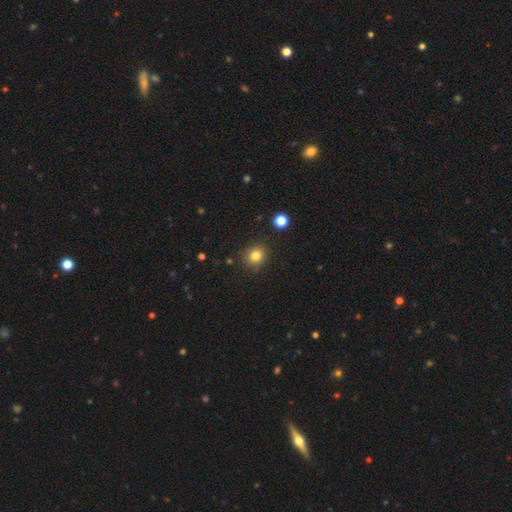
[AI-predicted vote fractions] The model was most divided on "how rounded": round: 83%, in between: 16%, cigar-shaped: 1%. More confident: merging — none (87%); smooth or featured — smooth (82%).